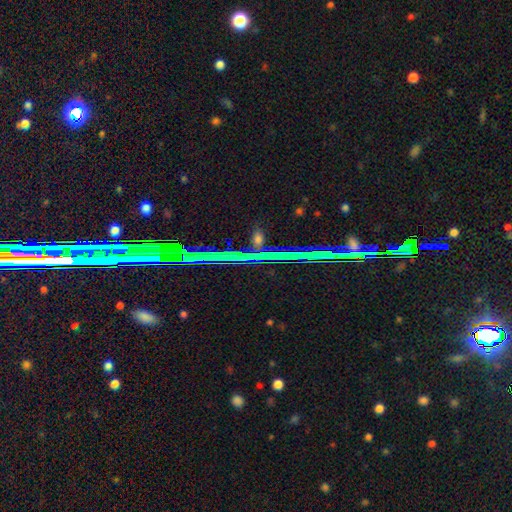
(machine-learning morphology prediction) Smooth or featured? star or artifact (80%)